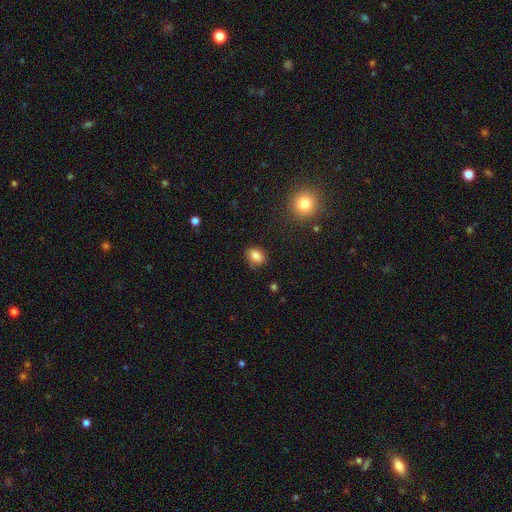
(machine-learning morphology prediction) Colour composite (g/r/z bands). It shows a smooth galaxy with no disk features (84%) that is in between round and cigar-shaped (66%). Merging: none (78%).